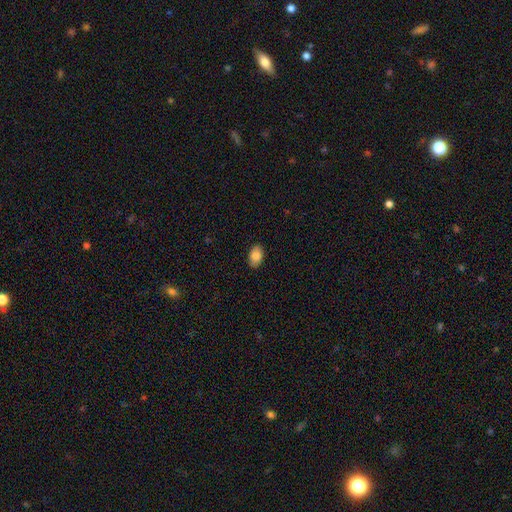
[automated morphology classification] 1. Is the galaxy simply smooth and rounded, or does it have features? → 84% smooth, 9% featured or disk, 7% star or artifact.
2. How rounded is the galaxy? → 91% in between, 8% round, 1% cigar-shaped.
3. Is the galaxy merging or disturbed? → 88% none, 9% minor disturbance, 2% major disturbance, 1% merger.